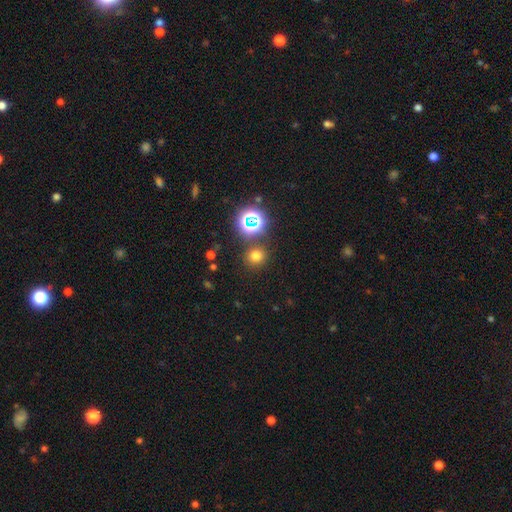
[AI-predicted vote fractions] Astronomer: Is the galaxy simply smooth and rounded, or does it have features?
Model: smooth — 69%.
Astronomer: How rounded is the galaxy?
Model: round — 89%.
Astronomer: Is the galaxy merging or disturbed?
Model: none — 84%.